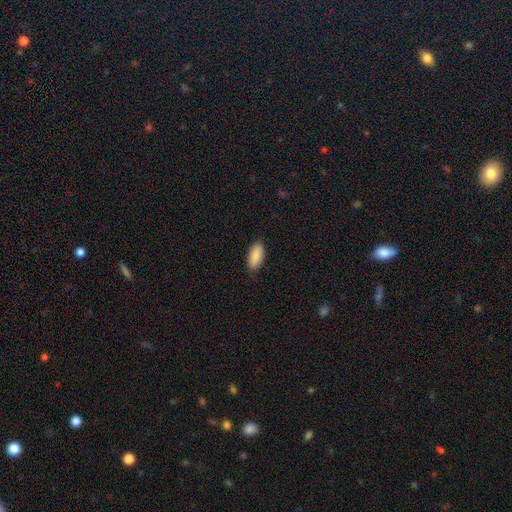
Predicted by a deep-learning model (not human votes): A smooth galaxy with no disk features (88%) that is in between round and cigar-shaped (89%).

Vote fractions:
- Smooth or featured? smooth: 88% / featured or disk: 6% / star or artifact: 6%
- How rounded? in between: 89% / cigar-shaped: 9% / round: 2%
- Merging? none: 87% / minor disturbance: 10% / major disturbance: 2% / merger: 1%